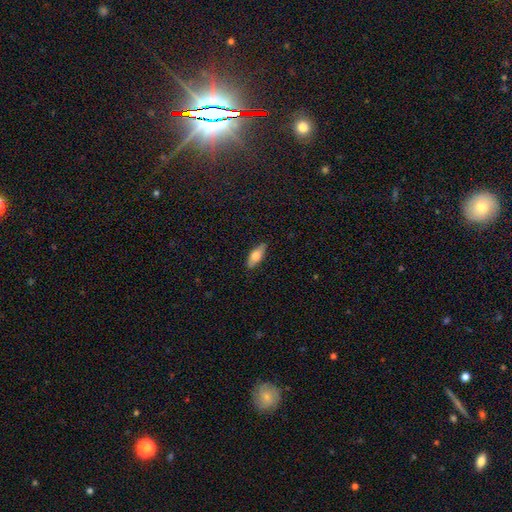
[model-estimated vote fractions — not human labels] This appears to be a smooth galaxy with no disk features (67%) that is in between round and cigar-shaped (71%). Merging: none (86%).